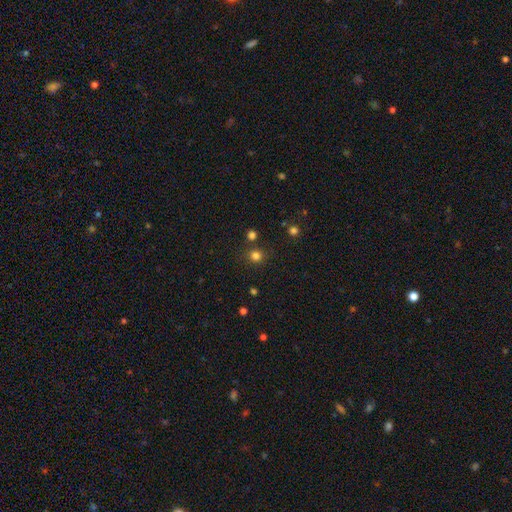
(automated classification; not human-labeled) Overall: smooth (78%). How rounded: round (90%). Merging: none (83%).